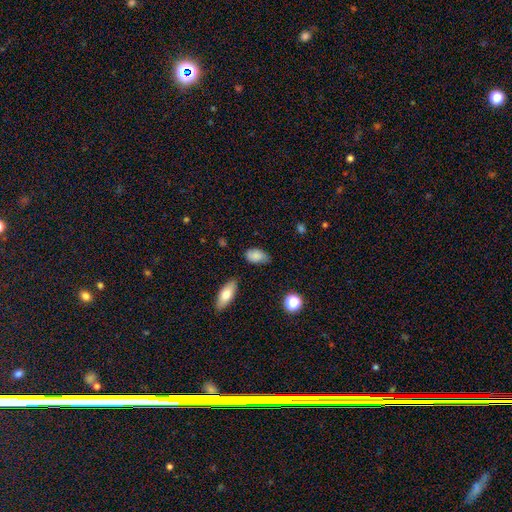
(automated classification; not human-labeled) smooth_or_featured: smooth (p=0.83) [alt: featured or disk p=0.09]
how_rounded: in between (p=0.91) [alt: round p=0.07]
merging: none (p=0.67) [alt: minor disturbance p=0.25]